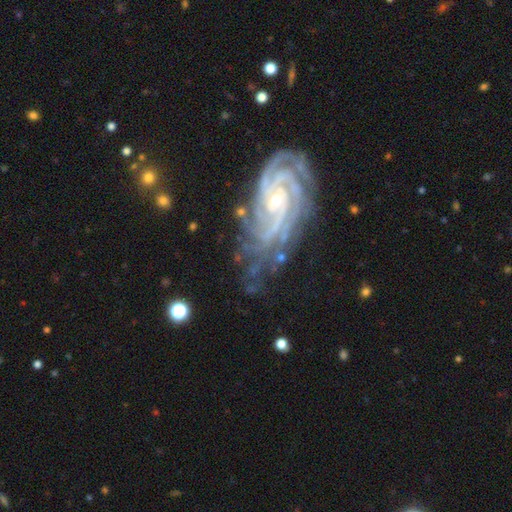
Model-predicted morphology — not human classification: Smooth or featured? Predicted: featured or disk (p=0.82). Edge-on disk? Predicted: no (p=0.94). Bar? Predicted: no (p=0.59). Spiral arms? Predicted: yes (p=0.97). Spiral winding? Predicted: tight (p=0.71). Spiral arm count? Predicted: can't tell (p=0.29). Bulge size? Predicted: small (p=0.60). Merging? Predicted: none (p=0.72).